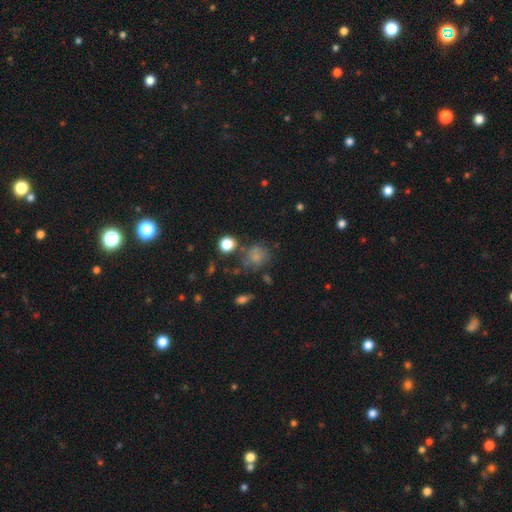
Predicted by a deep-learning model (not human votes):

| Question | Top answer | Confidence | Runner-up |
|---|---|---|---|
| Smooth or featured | smooth | 71% | star or artifact (15%) |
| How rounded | round | 76% | in between (22%) |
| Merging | none | 57% | minor disturbance (22%) |